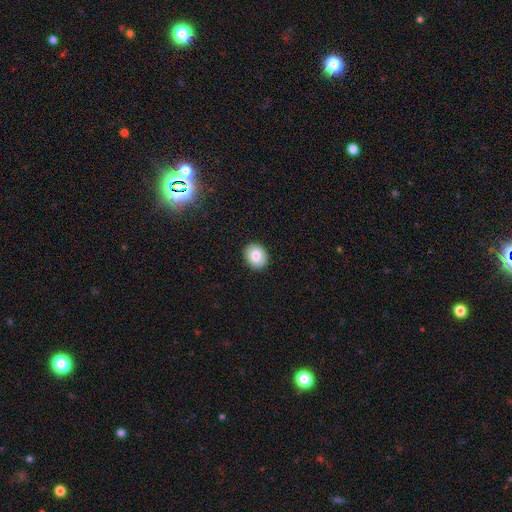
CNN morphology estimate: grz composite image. It shows a smooth galaxy with no disk features (78%) that is round (60%). Merging: none (91%).